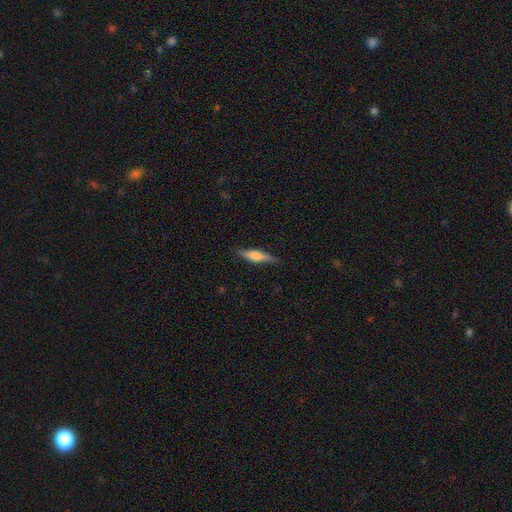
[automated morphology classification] smooth_or_featured: smooth (p=0.51) [alt: featured or disk p=0.43]
how_rounded: cigar-shaped (p=0.75) [alt: in between p=0.23]
merging: none (p=0.82) [alt: minor disturbance p=0.14]